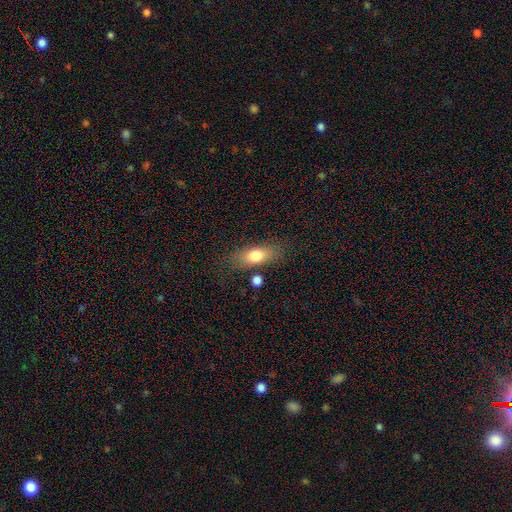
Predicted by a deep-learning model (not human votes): A smooth galaxy with no disk features (77%) that is in between round and cigar-shaped (76%). Merging: none (74%).